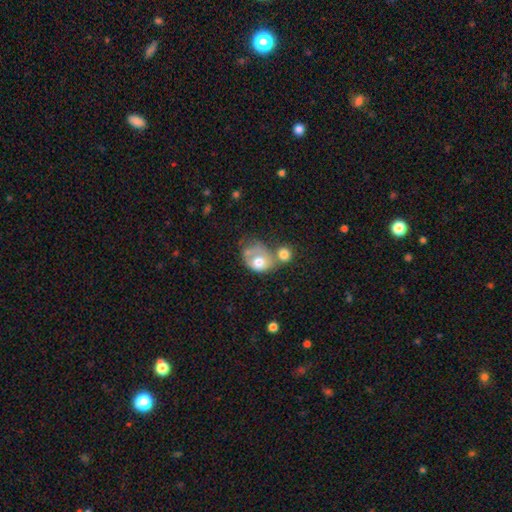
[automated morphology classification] smooth_or_featured: smooth (p=0.62) [alt: featured or disk p=0.30]
how_rounded: in between (p=0.55) [alt: round p=0.44]
merging: merger (p=0.47) [alt: none p=0.19]